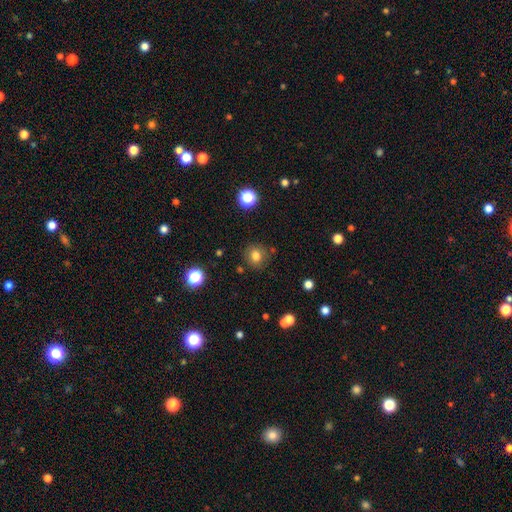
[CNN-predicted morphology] A smooth galaxy with no disk features (79%) that is round (85%).

Vote fractions:
- Smooth or featured? smooth: 79% / star or artifact: 14% / featured or disk: 8%
- How rounded? round: 85% / in between: 14% / cigar-shaped: 1%
- Merging? none: 83% / minor disturbance: 11% / major disturbance: 3% / merger: 3%